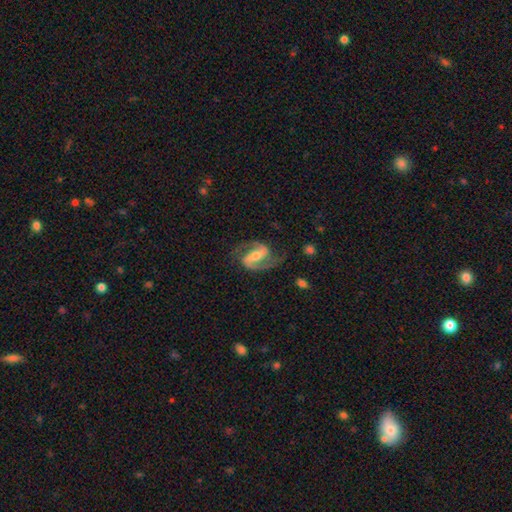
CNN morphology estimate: Smooth or featured? featured or disk (91%)
Edge-on disk? no (98%)
Bar? strong (49%)
Spiral arms? yes (98%)
Spiral winding? medium (59%)
Spiral arm count? 2 (94%)
Bulge size? moderate (51%)
Merging? none (78%)